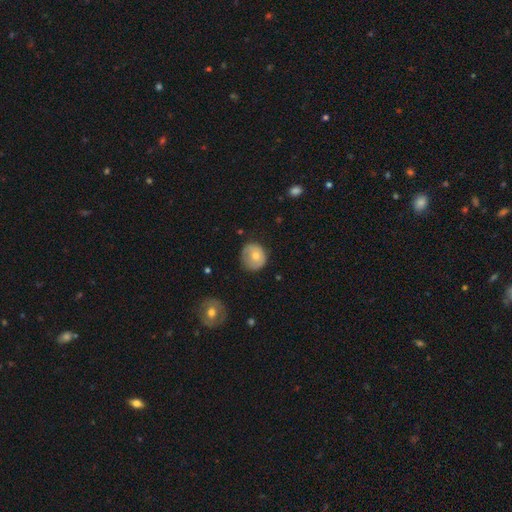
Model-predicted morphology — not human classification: Q: Smooth or featured?
A: smooth (69%); runner-up: featured or disk (23%)
Q: How rounded?
A: round (83%); runner-up: in between (16%)
Q: Merging?
A: none (65%); runner-up: minor disturbance (26%)